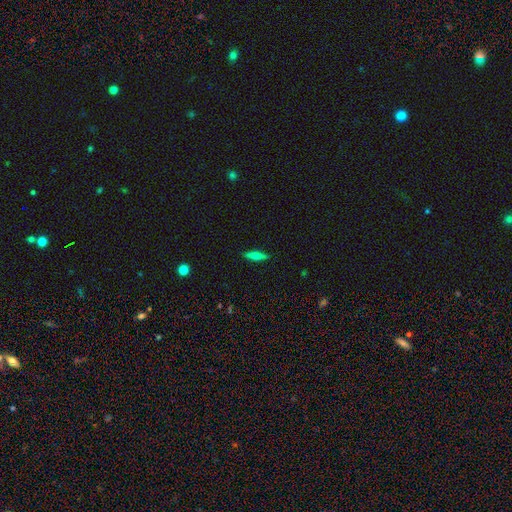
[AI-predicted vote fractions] This is possibly a smooth galaxy (59%). How rounded: likely cigar-shaped (75%). Merging: clearly none (89%).